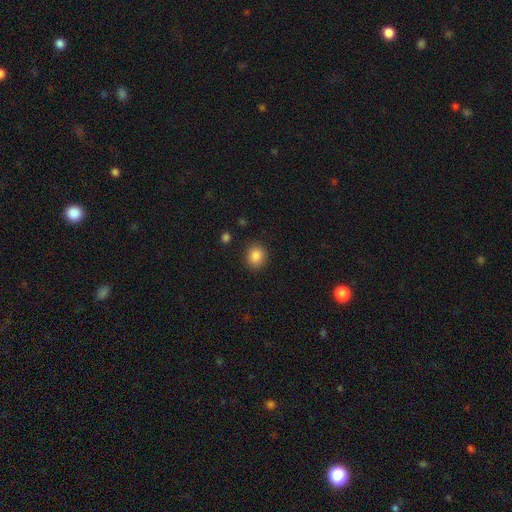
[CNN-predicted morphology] Overall: smooth (86%). How rounded: round (78%). Merging: none (89%).